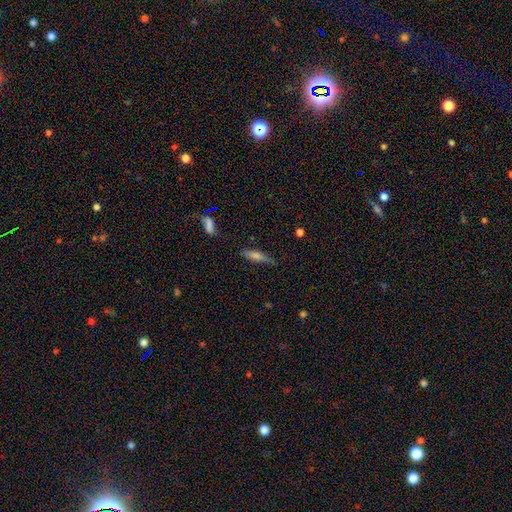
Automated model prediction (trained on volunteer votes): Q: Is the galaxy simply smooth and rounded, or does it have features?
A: smooth — 60%.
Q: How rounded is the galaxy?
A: cigar-shaped — 75%.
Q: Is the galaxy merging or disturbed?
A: none — 70%.